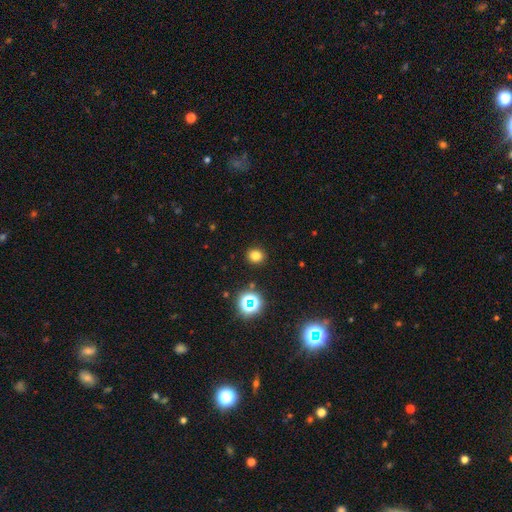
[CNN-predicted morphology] smooth_or_featured: smooth (p=0.77) [alt: star or artifact p=0.18]
how_rounded: round (p=0.82) [alt: in between p=0.17]
merging: none (p=0.91) [alt: minor disturbance p=0.06]